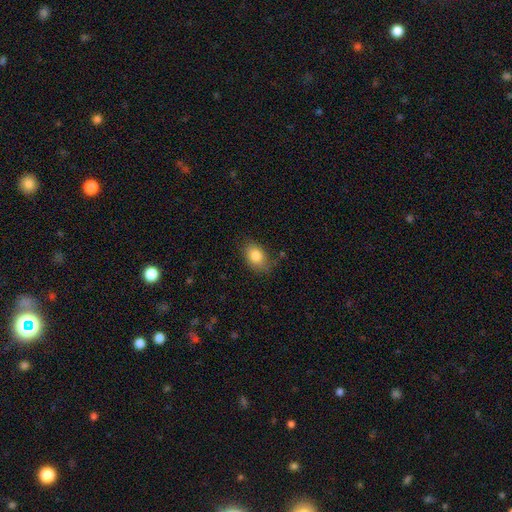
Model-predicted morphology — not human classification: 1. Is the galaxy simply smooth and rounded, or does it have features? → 84% smooth, 8% featured or disk, 8% star or artifact.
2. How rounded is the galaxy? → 84% in between, 14% round, 1% cigar-shaped.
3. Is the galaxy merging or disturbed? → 76% none, 18% minor disturbance, 4% major disturbance, 2% merger.